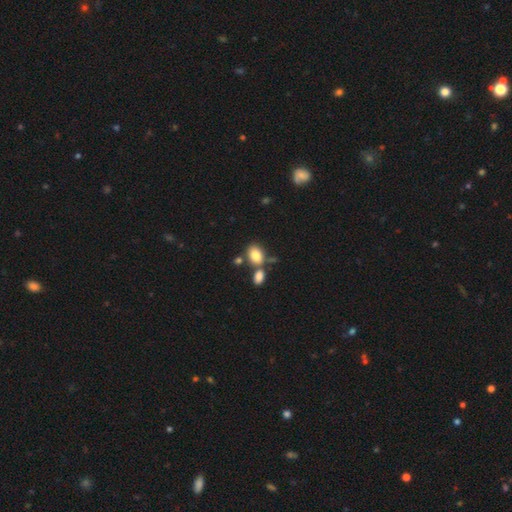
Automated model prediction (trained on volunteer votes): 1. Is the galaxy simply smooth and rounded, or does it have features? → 82% smooth, 9% featured or disk, 9% star or artifact.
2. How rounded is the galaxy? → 78% in between, 21% round, 1% cigar-shaped.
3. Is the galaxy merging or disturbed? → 50% none, 33% merger, 12% minor disturbance, 4% major disturbance.